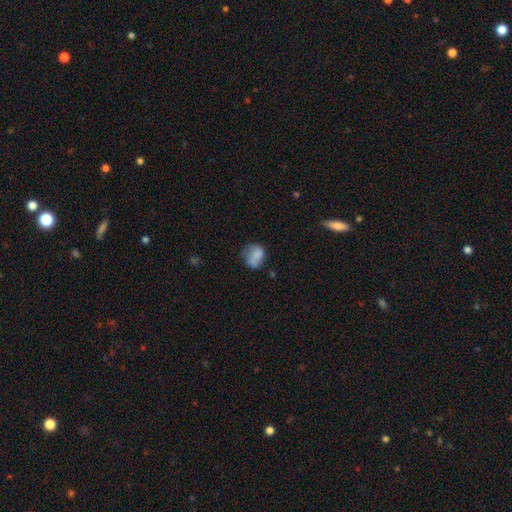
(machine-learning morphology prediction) smooth-or-featured: smooth: 72% | featured or disk: 19% | star or artifact: 10%
  how-rounded: round: 52% | in between: 46% | cigar-shaped: 1%
  merging: none: 44% | minor disturbance: 32% | major disturbance: 20% | merger: 5%